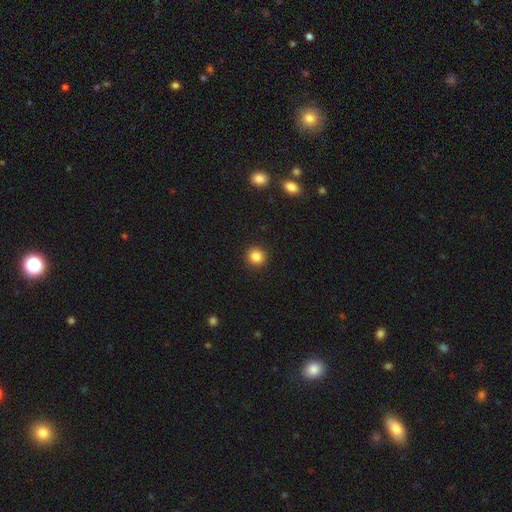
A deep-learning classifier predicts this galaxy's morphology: The model was most divided on "smooth or featured": smooth: 85%, star or artifact: 11%, featured or disk: 4%. More confident: merging — none (93%); how rounded — round (92%).